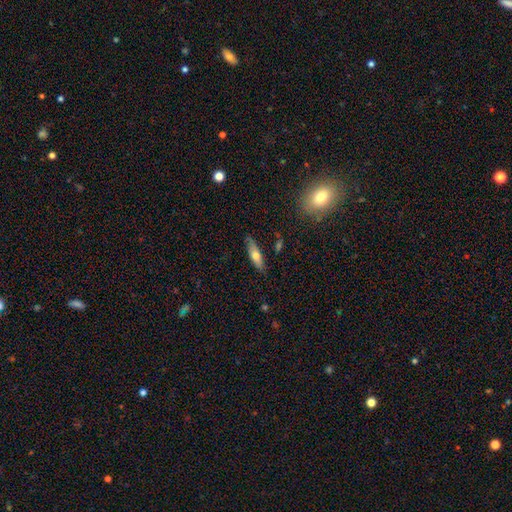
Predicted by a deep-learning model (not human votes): This appears to be a smooth galaxy with no disk features (60%) that is cigar-shaped (57%). Merging: none (81%).